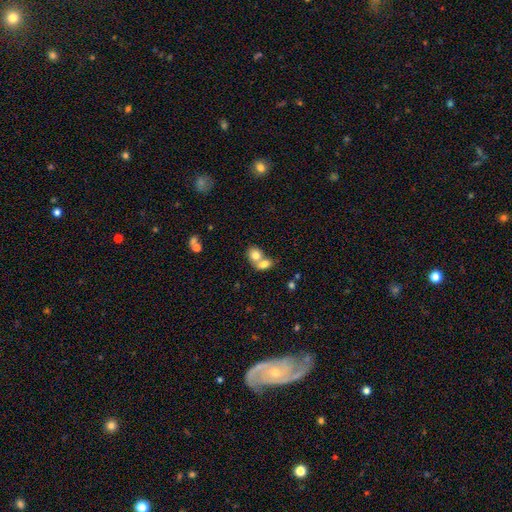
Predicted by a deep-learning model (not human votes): This is likely a smooth galaxy (77%). How rounded: possibly round (51%). Merging: likely merger (68%).